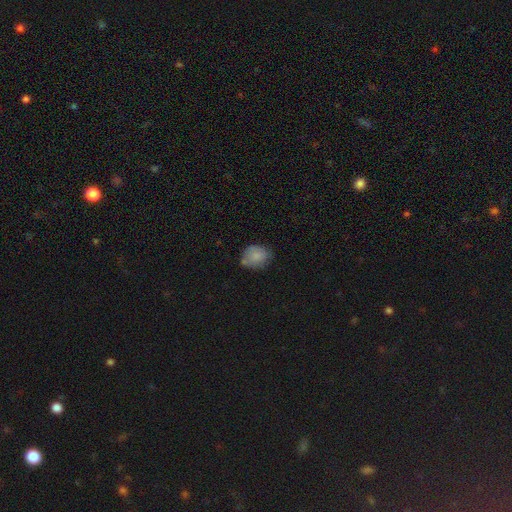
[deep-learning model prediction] A smooth galaxy with no disk features (80%) that is round (51%). Merging: none (57%).